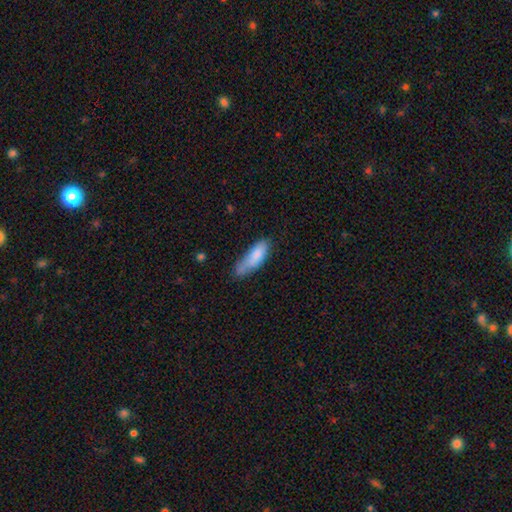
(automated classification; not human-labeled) A smooth galaxy with no disk features (81%) that is in between round and cigar-shaped (53%). Merging: none (45%).